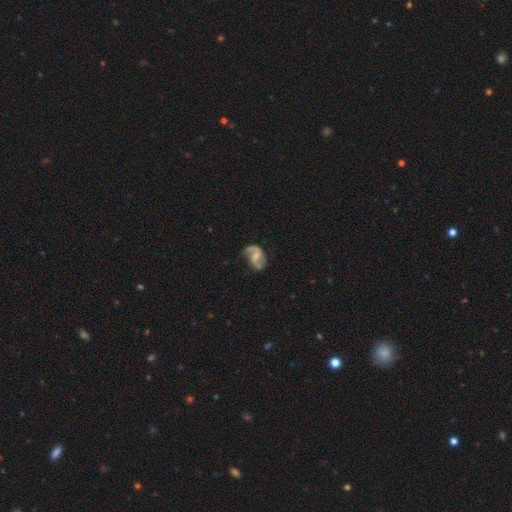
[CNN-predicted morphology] Smooth or featured?
  - featured or disk: 86% *
  - smooth: 9%
  - star or artifact: 5%
Edge-on disk?
  - no: 98% *
  - yes: 2%
Bar?
  - weak: 46% *
  - no: 39%
  - strong: 15%
Spiral arms?
  - yes: 95% *
  - no: 5%
Spiral winding?
  - loose: 49% *
  - medium: 41%
  - tight: 10%
Spiral arm count?
  - 2: 89% *
  - 1: 5%
  - can't tell: 3%
  - 3: 1%
  - 4: 1%
  - more than 4: 1%
Bulge size?
  - moderate: 46% *
  - small: 44%
  - none: 7%
  - large: 2%
  - dominant: 1%
Merging?
  - none: 64% *
  - minor disturbance: 22%
  - major disturbance: 12%
  - merger: 3%